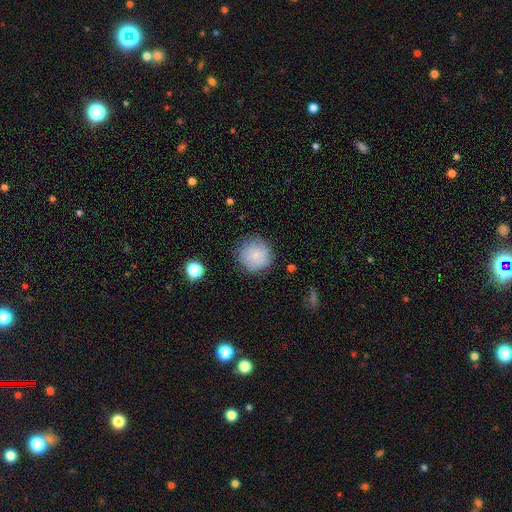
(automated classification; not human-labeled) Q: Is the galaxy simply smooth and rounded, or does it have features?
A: smooth — 72%.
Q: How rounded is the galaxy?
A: round — 94%.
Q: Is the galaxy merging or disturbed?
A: none — 80%.